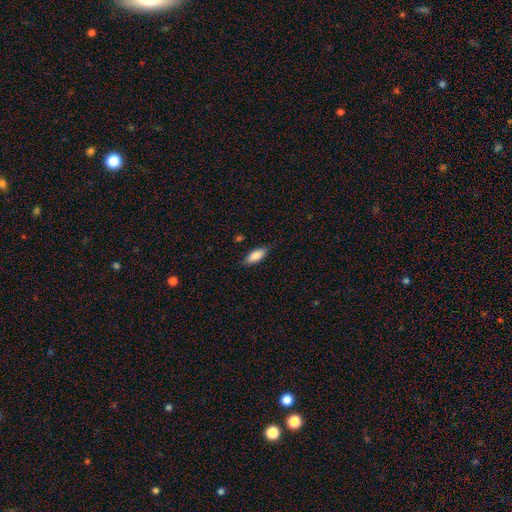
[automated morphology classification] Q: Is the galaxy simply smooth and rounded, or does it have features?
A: smooth — 83%.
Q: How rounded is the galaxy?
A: in between — 75%.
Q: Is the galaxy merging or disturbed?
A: none — 81%.